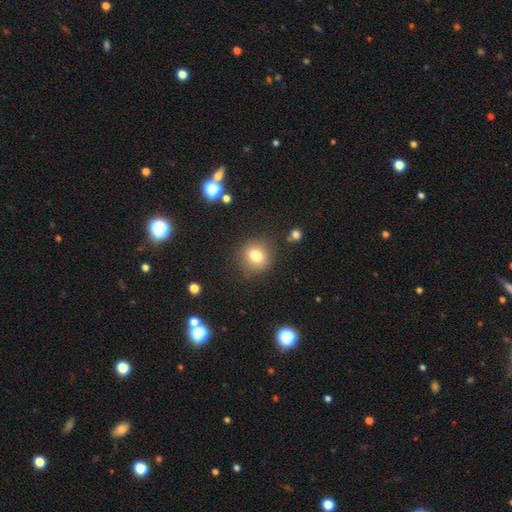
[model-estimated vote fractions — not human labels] The model was most divided on "smooth or featured": smooth: 79%, star or artifact: 12%, featured or disk: 9%. More confident: how rounded — round (86%); merging — none (85%).